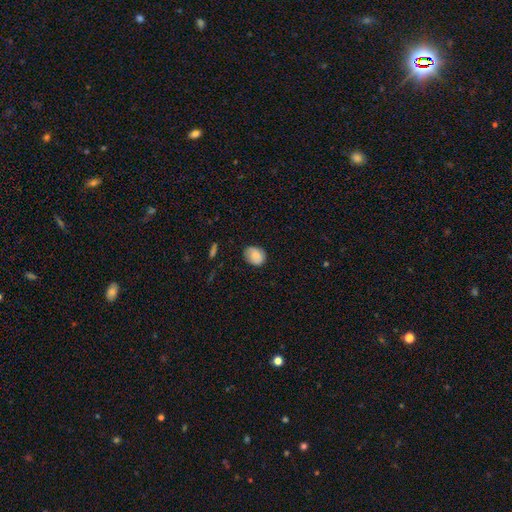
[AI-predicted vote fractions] Q: Smooth or featured?
A: smooth (80%); runner-up: featured or disk (12%)
Q: How rounded?
A: round (51%); runner-up: in between (48%)
Q: Merging?
A: none (78%); runner-up: minor disturbance (18%)